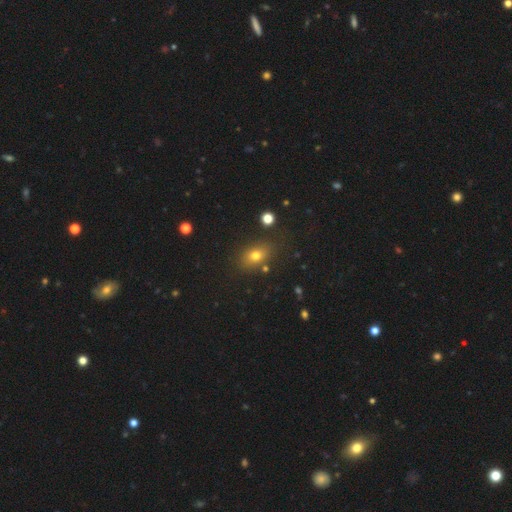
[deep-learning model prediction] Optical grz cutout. It shows a smooth galaxy with no disk features (73%) that is in between round and cigar-shaped (66%). Merging: none (77%).